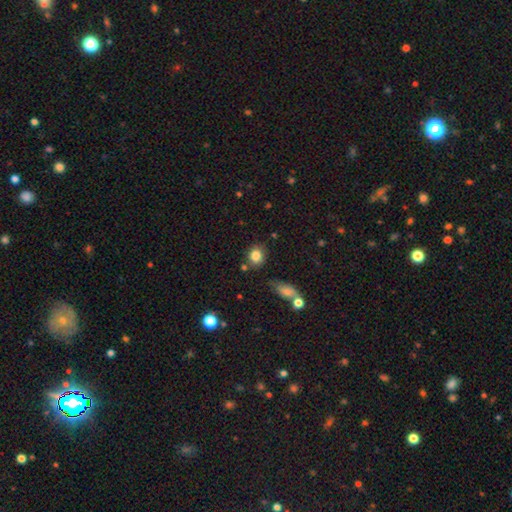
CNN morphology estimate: Smooth or featured: smooth — 83% (star or artifact — 10%)
How rounded: round — 65% (in between — 33%)
Merging: none — 76% (minor disturbance — 14%)